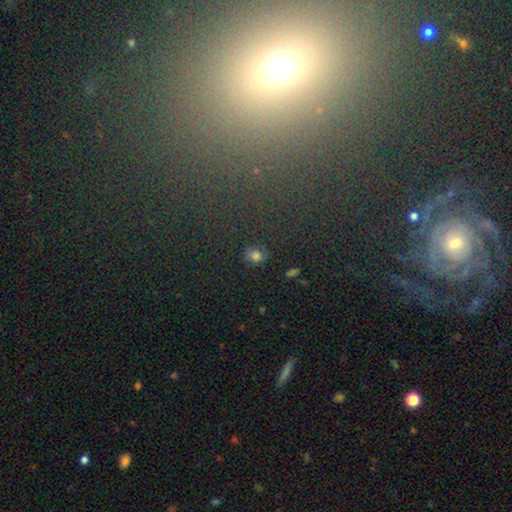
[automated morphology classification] Smooth or featured? Predicted: smooth (p=0.72). How rounded? Predicted: in between (p=0.55). Merging? Predicted: none (p=0.74).